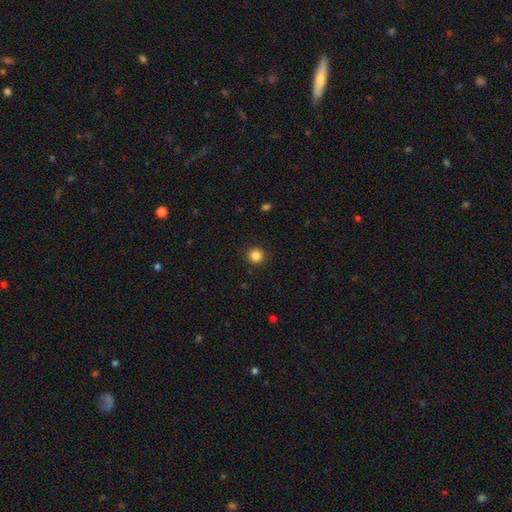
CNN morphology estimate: A smooth galaxy with no disk features (85%) that is round (94%).

Vote fractions:
- Smooth or featured? smooth: 85% / star or artifact: 11% / featured or disk: 4%
- How rounded? round: 94% / in between: 6% / cigar-shaped: 1%
- Merging? none: 92% / minor disturbance: 5% / major disturbance: 2% / merger: 1%